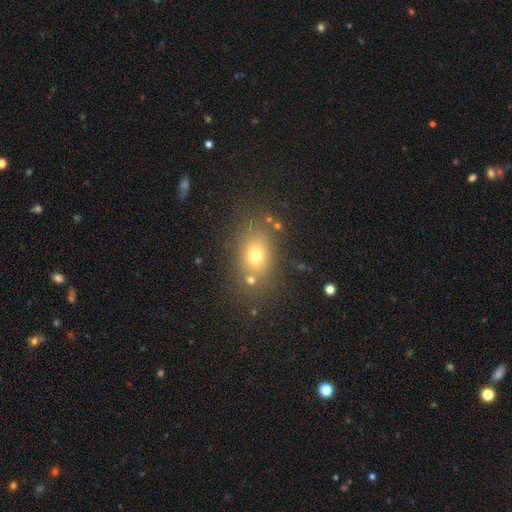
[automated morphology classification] A smooth galaxy with no disk features (69%) that is in between round and cigar-shaped (68%). Merging: none (75%).